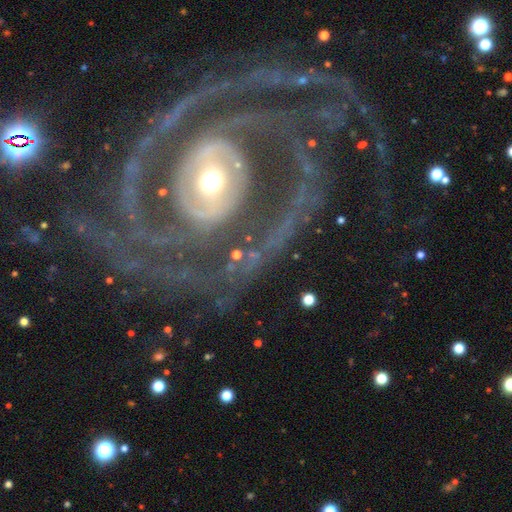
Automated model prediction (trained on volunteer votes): The model was most divided on "spiral arm count": 2: 41%, can't tell: 20%, 3: 13%, 4: 9%, more than 4: 9%, 1: 9%. Remaining: edge-on disk — no (96%); spiral arms — yes (91%); smooth or featured — featured or disk (88%); merging — none (69%); bulge size — moderate (61%); spiral winding — tight (55%); bar — no (50%).